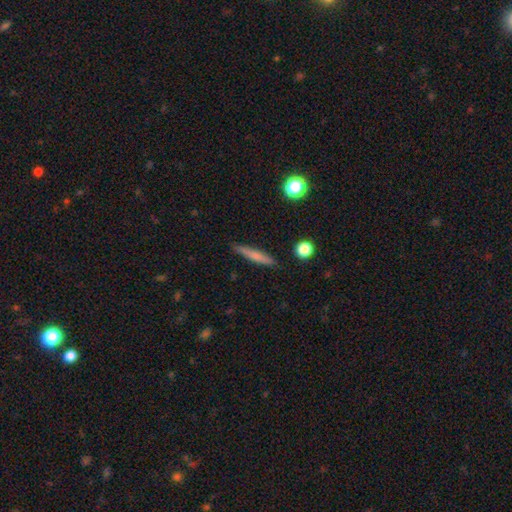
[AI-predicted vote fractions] smooth_or_featured: smooth (p=0.65) [alt: featured or disk p=0.28]
how_rounded: cigar-shaped (p=0.92) [alt: in between p=0.06]
merging: none (p=0.88) [alt: minor disturbance p=0.09]